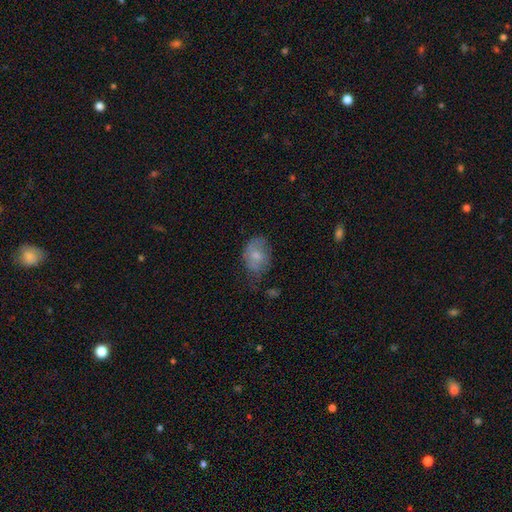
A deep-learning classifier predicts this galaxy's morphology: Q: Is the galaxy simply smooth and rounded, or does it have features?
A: smooth — 63%.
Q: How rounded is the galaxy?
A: in between — 73%.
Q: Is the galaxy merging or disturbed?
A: none — 50%.